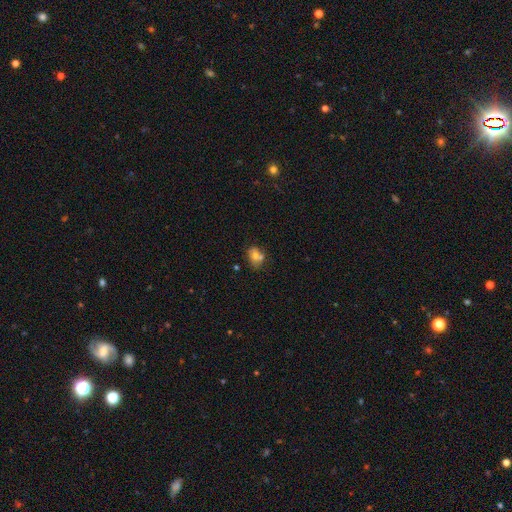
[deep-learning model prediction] Smooth or featured? smooth (66%)
How rounded? in between (53%)
Merging? none (45%)